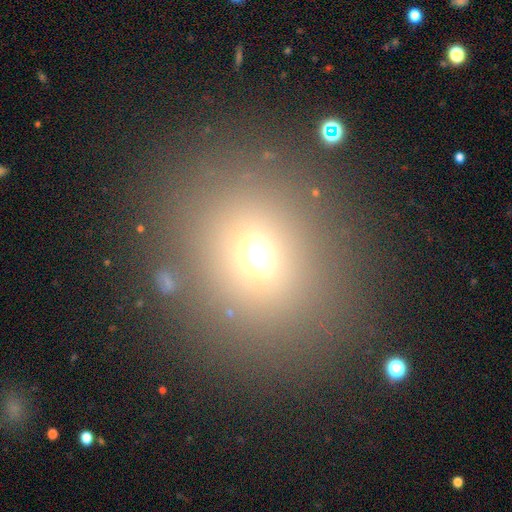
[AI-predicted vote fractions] Smooth or featured? smooth (66%)
How rounded? round (70%)
Merging? none (83%)